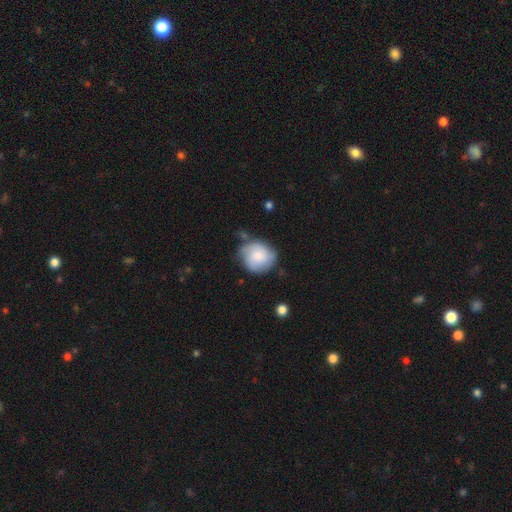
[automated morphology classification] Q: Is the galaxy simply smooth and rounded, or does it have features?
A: smooth — 58%.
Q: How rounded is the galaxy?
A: round — 83%.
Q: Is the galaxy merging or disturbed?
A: none — 63%.